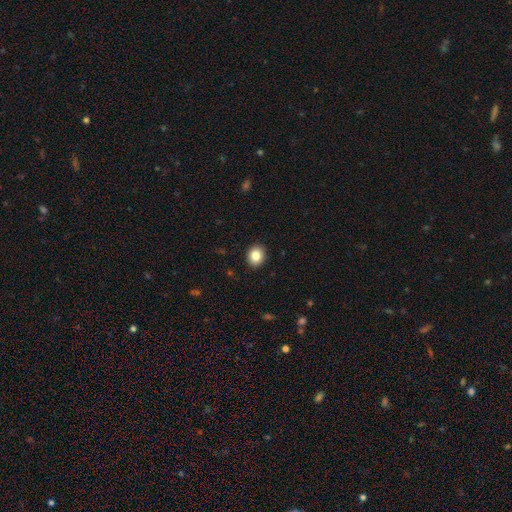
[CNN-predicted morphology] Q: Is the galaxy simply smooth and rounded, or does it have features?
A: smooth — 85%.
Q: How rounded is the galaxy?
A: round — 61%.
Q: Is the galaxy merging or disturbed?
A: none — 91%.